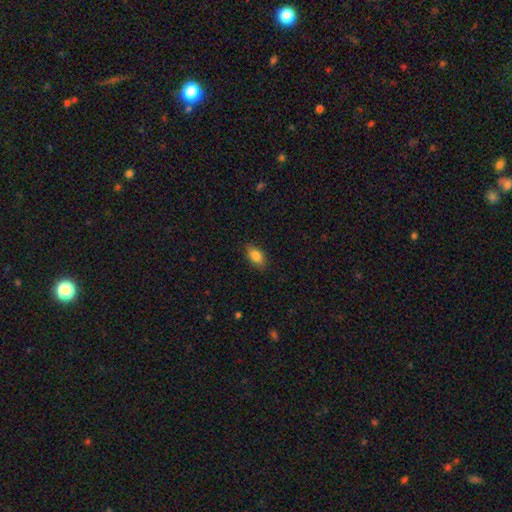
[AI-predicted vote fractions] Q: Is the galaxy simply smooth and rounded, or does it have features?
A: smooth — 84%.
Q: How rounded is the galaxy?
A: in between — 89%.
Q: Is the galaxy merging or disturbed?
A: none — 86%.